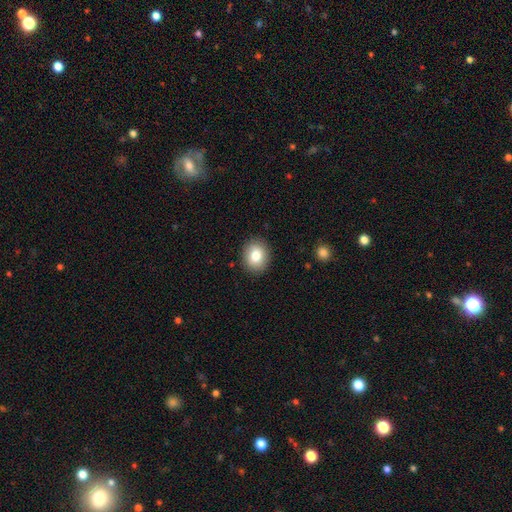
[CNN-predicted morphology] A smooth galaxy with no disk features (82%) that is round (65%).

Vote fractions:
- Smooth or featured? smooth: 82% / featured or disk: 10% / star or artifact: 9%
- How rounded? round: 65% / in between: 34% / cigar-shaped: 1%
- Merging? none: 89% / minor disturbance: 8% / major disturbance: 2% / merger: 1%